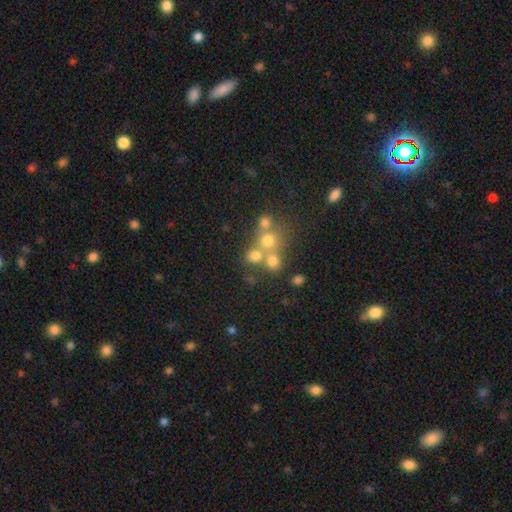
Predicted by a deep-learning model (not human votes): This appears to be a smooth galaxy with no disk features (66%) that is round (82%). Merging: none (50%).